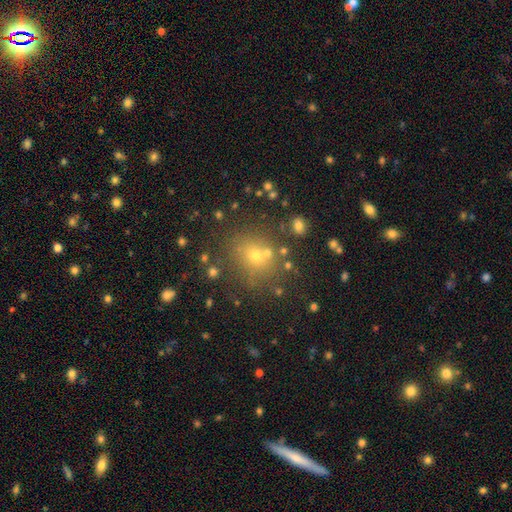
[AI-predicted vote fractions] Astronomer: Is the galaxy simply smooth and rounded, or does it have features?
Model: smooth — 61%.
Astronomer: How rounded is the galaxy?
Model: round — 77%.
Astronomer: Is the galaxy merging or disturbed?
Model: none — 72%.